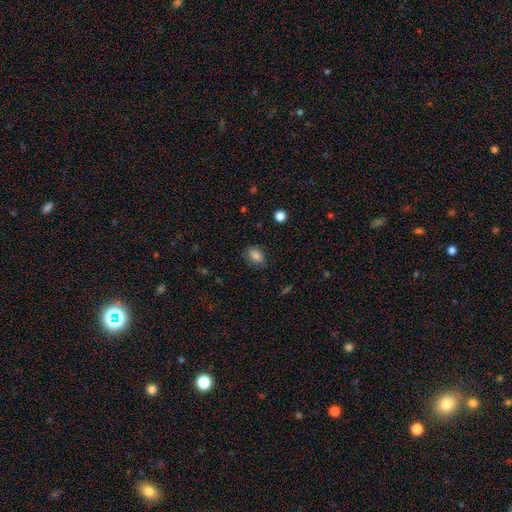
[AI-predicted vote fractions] A smooth galaxy with no disk features (81%) that is in between round and cigar-shaped (73%).

Vote fractions:
- Smooth or featured? smooth: 81% / featured or disk: 10% / star or artifact: 10%
- How rounded? in between: 73% / round: 26% / cigar-shaped: 1%
- Merging? none: 78% / minor disturbance: 17% / major disturbance: 4% / merger: 1%